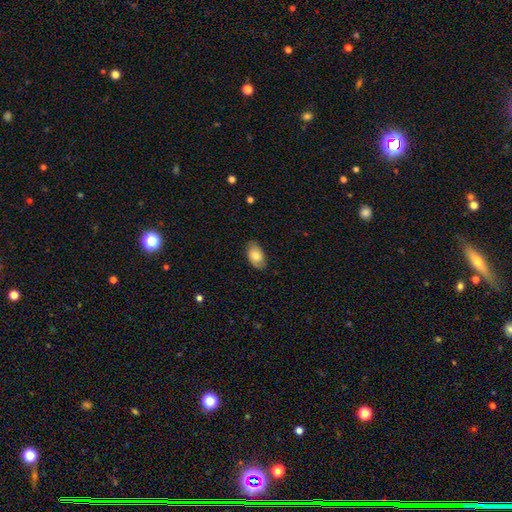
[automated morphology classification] type=smooth (62%); roundness=in between (91%); merging=none (79%).